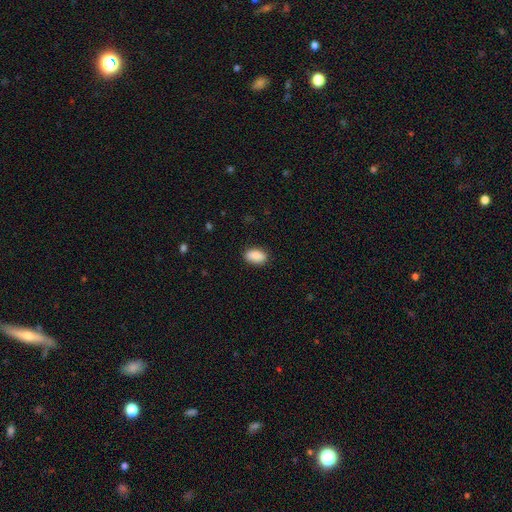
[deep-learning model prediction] A smooth galaxy with no disk features (88%) that is in between round and cigar-shaped (91%).

Vote fractions:
- Smooth or featured? smooth: 88% / star or artifact: 7% / featured or disk: 5%
- How rounded? in between: 91% / round: 7% / cigar-shaped: 2%
- Merging? none: 86% / minor disturbance: 11% / major disturbance: 2% / merger: 1%